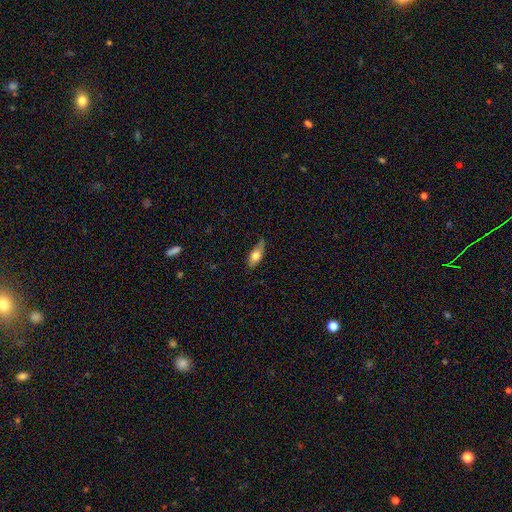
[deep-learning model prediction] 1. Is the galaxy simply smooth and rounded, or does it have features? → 66% smooth, 27% featured or disk, 7% star or artifact.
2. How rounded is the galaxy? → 71% in between, 24% cigar-shaped, 5% round.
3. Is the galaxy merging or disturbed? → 61% none, 30% minor disturbance, 7% major disturbance, 2% merger.